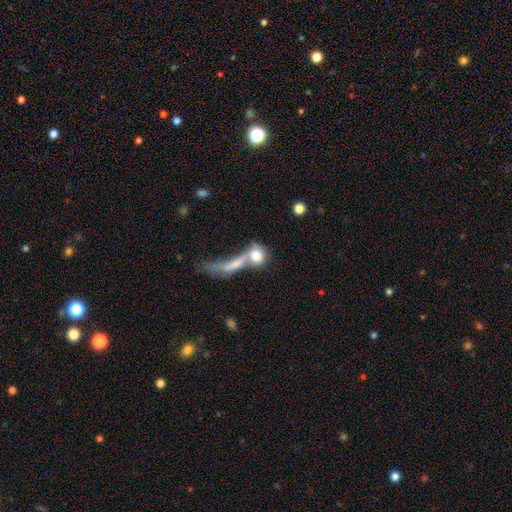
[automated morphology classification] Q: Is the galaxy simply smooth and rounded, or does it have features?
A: smooth — 69%.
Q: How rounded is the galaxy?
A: round — 51%.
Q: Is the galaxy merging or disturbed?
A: merger — 60%.